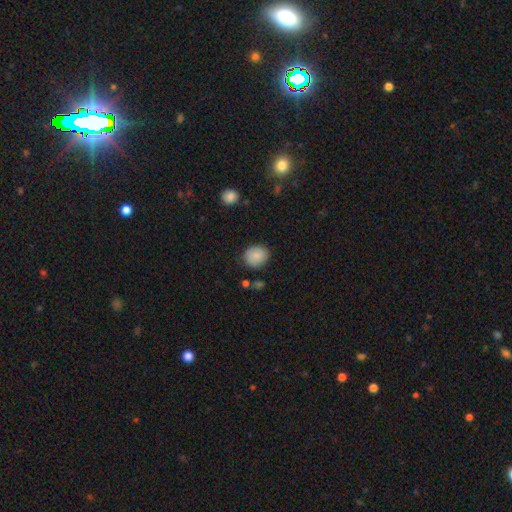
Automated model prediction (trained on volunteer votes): Overall: smooth (86%). How rounded: round (70%). Merging: none (81%).